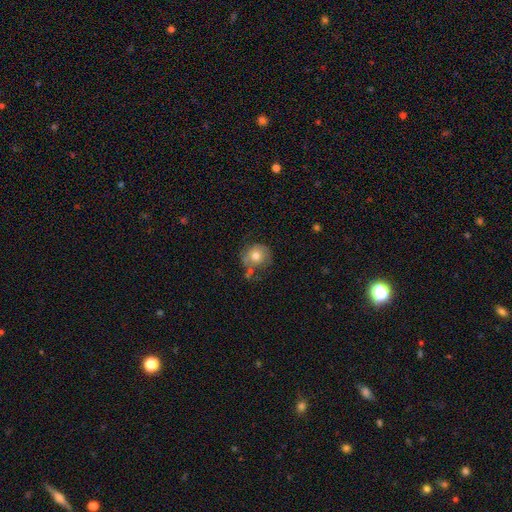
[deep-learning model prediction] The model was most divided on "merging": none: 55%, minor disturbance: 24%, major disturbance: 11%, merger: 10%. More confident: how rounded — round (85%); smooth or featured — smooth (69%).